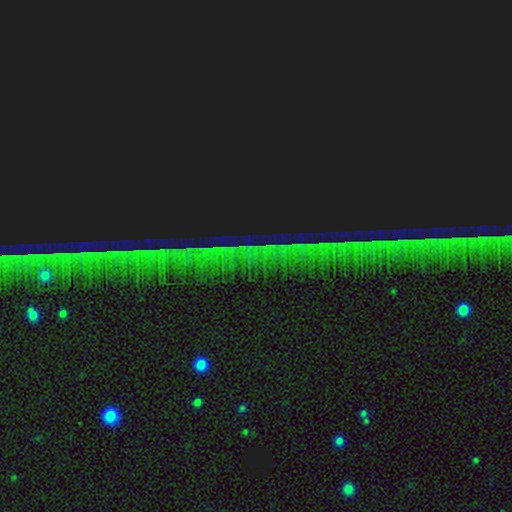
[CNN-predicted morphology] Smooth or featured?
  - star or artifact: 83% *
  - featured or disk: 8%
  - smooth: 8%